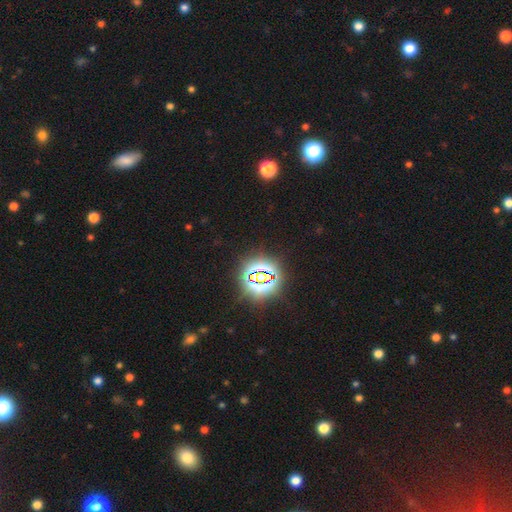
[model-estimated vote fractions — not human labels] Smooth or featured? Predicted: star or artifact (p=0.78).